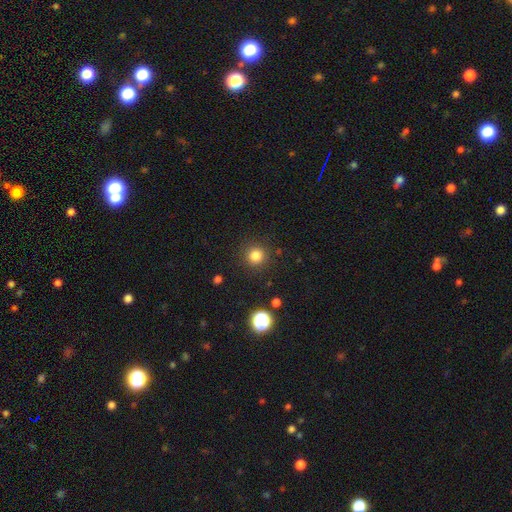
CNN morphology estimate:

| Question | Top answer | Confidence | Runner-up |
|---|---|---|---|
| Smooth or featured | smooth | 82% | star or artifact (13%) |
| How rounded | round | 94% | in between (5%) |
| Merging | none | 90% | minor disturbance (6%) |